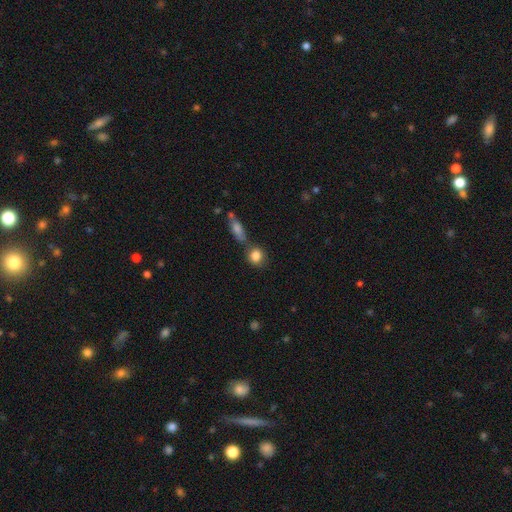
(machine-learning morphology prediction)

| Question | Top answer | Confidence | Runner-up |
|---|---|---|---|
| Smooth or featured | smooth | 83% | star or artifact (9%) |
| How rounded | round | 73% | in between (24%) |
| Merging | none | 59% | merger (22%) |